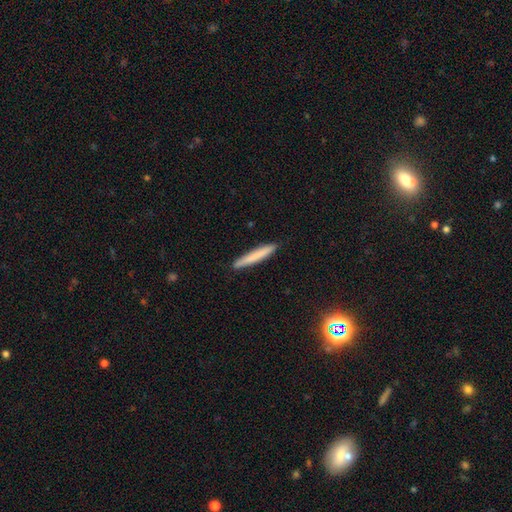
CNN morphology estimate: Smooth or featured: smooth — 75% (featured or disk — 18%)
How rounded: cigar-shaped — 96% (in between — 3%)
Merging: none — 91% (minor disturbance — 6%)